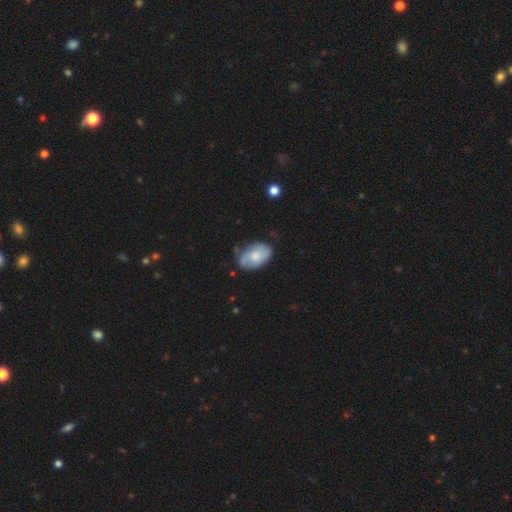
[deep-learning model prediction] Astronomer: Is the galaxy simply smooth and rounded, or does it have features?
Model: smooth — 55% (runner-up: featured or disk, 39%).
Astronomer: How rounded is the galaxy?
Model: in between — 88%.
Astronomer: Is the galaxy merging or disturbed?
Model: none — 58%.